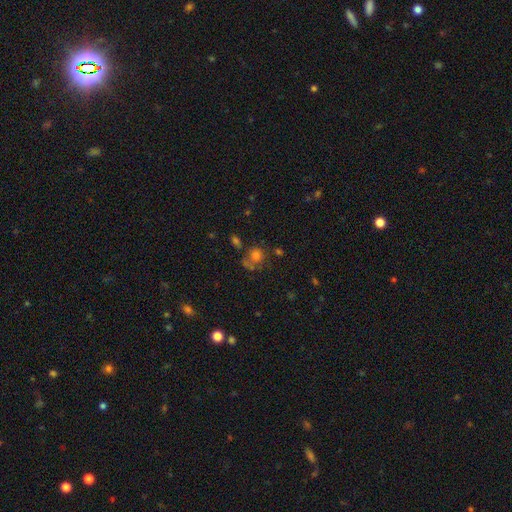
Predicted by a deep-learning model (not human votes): This is likely a smooth galaxy (62%). How rounded: likely round (78%). Merging: possibly none (49%).